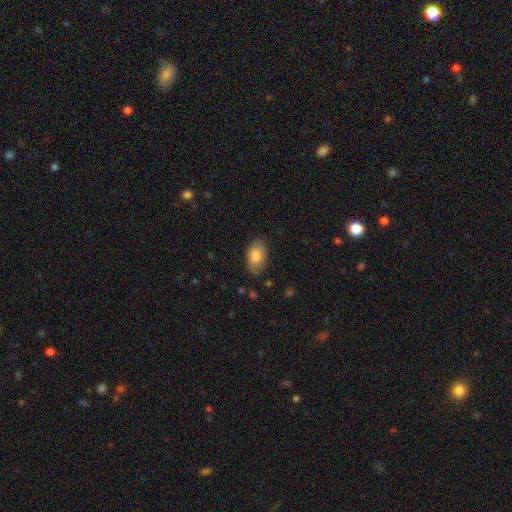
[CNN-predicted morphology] smooth-or-featured: smooth: 80% | featured or disk: 14% | star or artifact: 6%
  how-rounded: in between: 93% | round: 5% | cigar-shaped: 2%
  merging: none: 78% | minor disturbance: 17% | major disturbance: 4% | merger: 1%